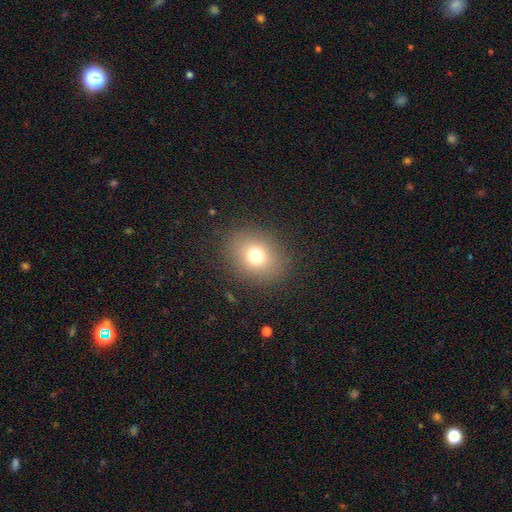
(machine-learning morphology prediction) smooth_or_featured: smooth (p=0.73) [alt: star or artifact p=0.15]
how_rounded: round (p=0.60) [alt: in between p=0.39]
merging: none (p=0.87) [alt: minor disturbance p=0.08]